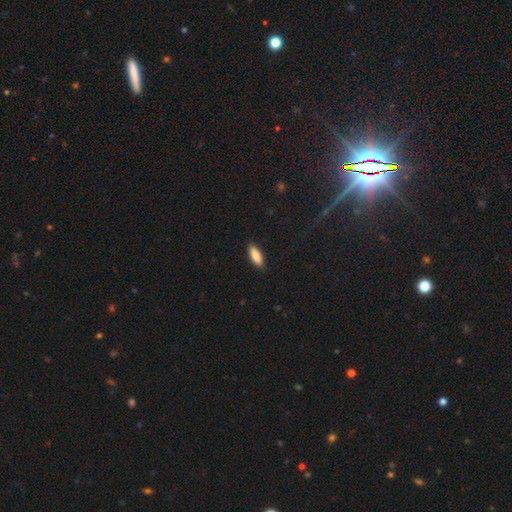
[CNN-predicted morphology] Smooth or featured? Predicted: smooth (p=0.84). How rounded? Predicted: in between (p=0.65). Merging? Predicted: none (p=0.89).